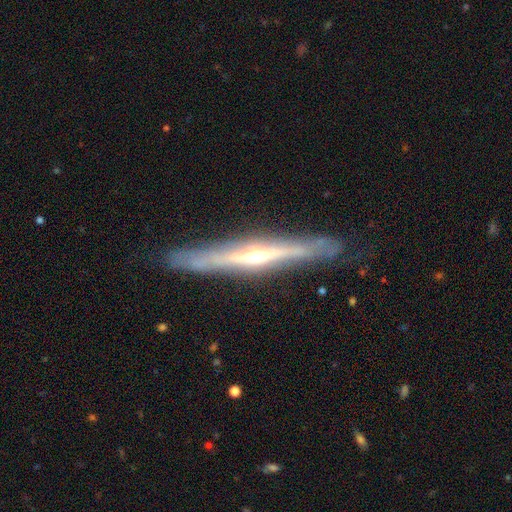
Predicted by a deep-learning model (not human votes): featured or disk 82%, smooth 13%, star or artifact 5%. Down the decision tree: edge-on disk — yes (94%); edge-on bulge — rounded (82%); merging — none (85%).